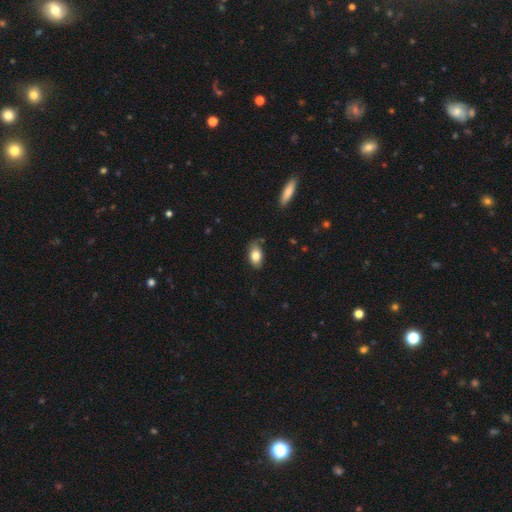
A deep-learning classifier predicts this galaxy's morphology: Smooth or featured: smooth — 81% (featured or disk — 12%)
How rounded: in between — 90% (round — 7%)
Merging: none — 71% (minor disturbance — 23%)